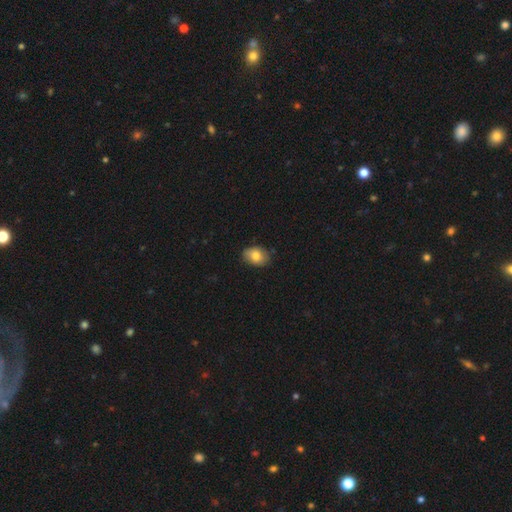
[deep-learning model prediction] smooth-or-featured: smooth: 81% | featured or disk: 12% | star or artifact: 8%
  how-rounded: in between: 76% | round: 23% | cigar-shaped: 1%
  merging: none: 80% | minor disturbance: 16% | major disturbance: 3% | merger: 1%